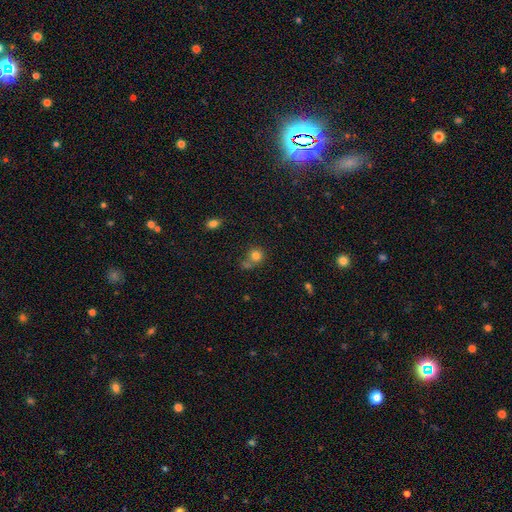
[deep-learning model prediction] Morphology: type=smooth (79%); roundness=round (83%); merging=none (51%).